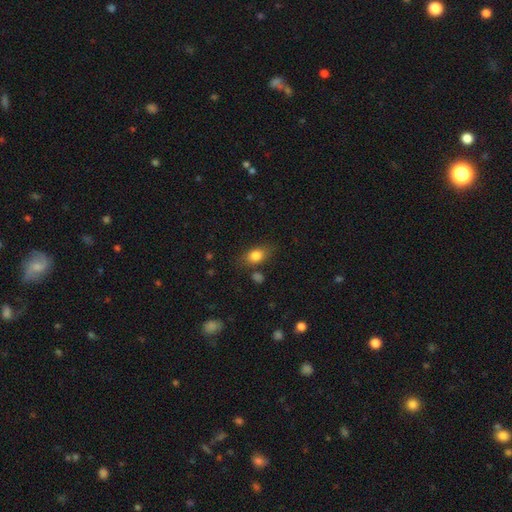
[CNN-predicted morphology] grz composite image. It shows a smooth galaxy with no disk features (81%) that is in between round and cigar-shaped (75%). Merging: none (73%).